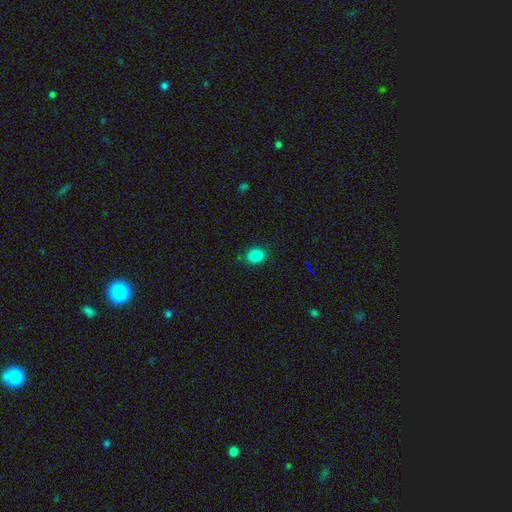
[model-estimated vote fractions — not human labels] This is clearly a smooth galaxy (84%). How rounded: possibly round (52%). Merging: likely none (77%).